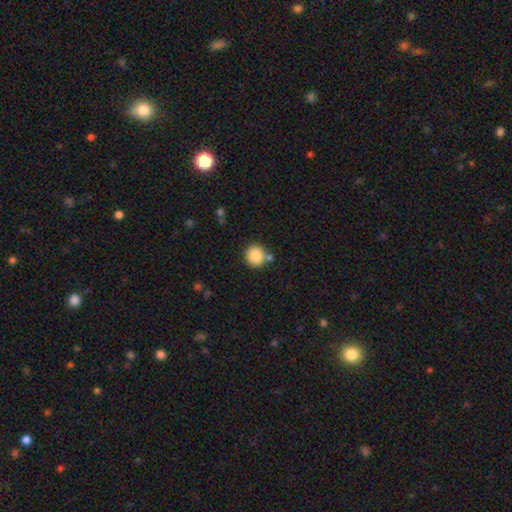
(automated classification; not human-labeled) Smooth or featured? Predicted: smooth (p=0.87). How rounded? Predicted: round (p=0.91). Merging? Predicted: none (p=0.76).